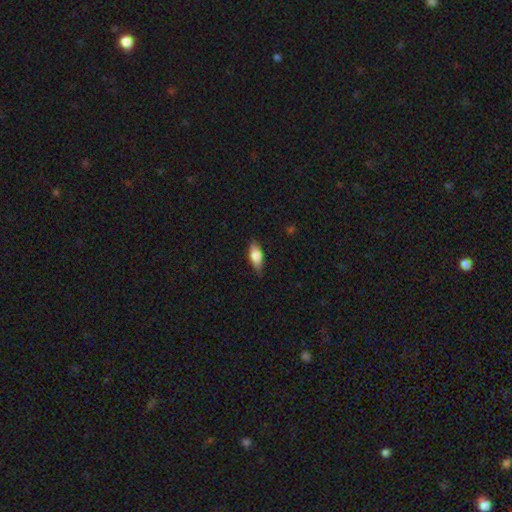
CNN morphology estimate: Q: Smooth or featured?
A: smooth (74%); runner-up: featured or disk (20%)
Q: How rounded?
A: in between (79%); runner-up: cigar-shaped (18%)
Q: Merging?
A: none (76%); runner-up: minor disturbance (20%)